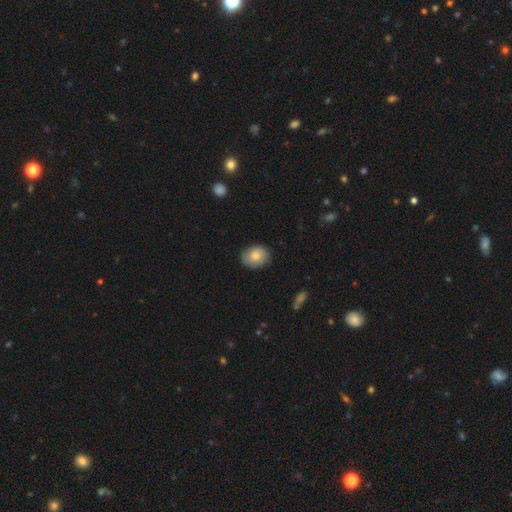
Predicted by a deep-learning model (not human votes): smooth-or-featured: smooth: 77% | featured or disk: 16% | star or artifact: 7%
  how-rounded: round: 51% | in between: 48% | cigar-shaped: 1%
  merging: none: 79% | minor disturbance: 16% | major disturbance: 3% | merger: 1%